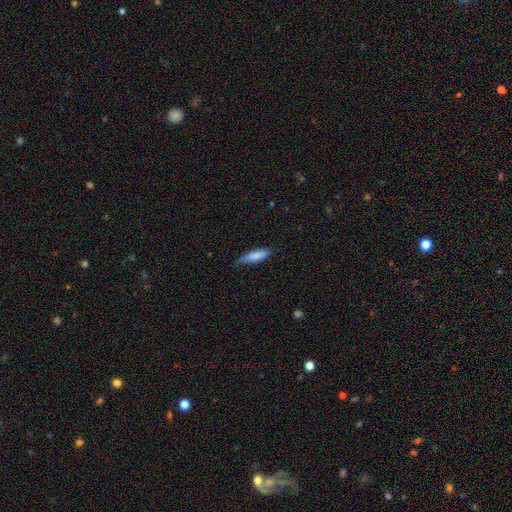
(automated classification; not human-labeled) The model was most divided on "how rounded": cigar-shaped: 58%, in between: 40%, round: 2%. More confident: smooth or featured — smooth (81%); merging — none (57%).